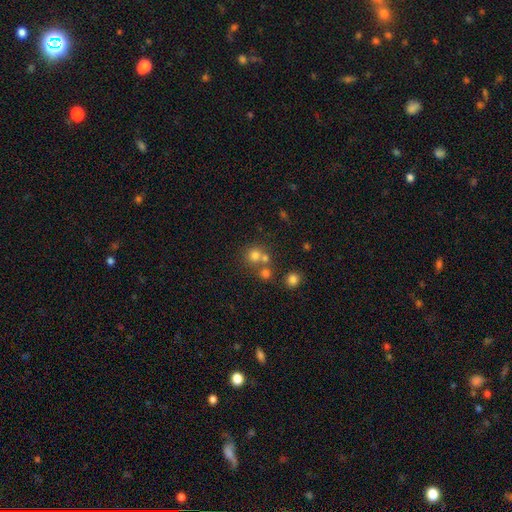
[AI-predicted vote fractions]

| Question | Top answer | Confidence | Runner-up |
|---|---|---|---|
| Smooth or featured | smooth | 67% | star or artifact (20%) |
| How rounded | round | 88% | in between (12%) |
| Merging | none | 52% | merger (38%) |